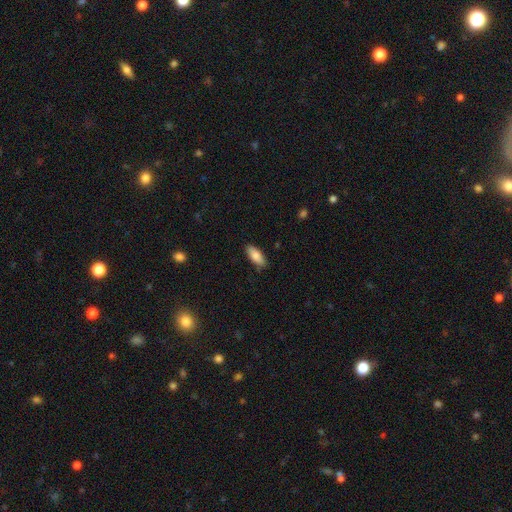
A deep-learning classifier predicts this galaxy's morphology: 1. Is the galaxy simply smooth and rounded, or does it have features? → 83% smooth, 11% featured or disk, 6% star or artifact.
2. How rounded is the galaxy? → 81% in between, 17% cigar-shaped, 2% round.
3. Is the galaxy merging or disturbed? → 85% none, 12% minor disturbance, 2% major disturbance, 1% merger.